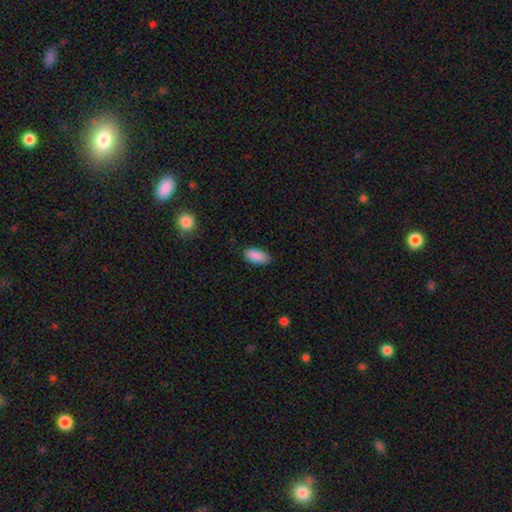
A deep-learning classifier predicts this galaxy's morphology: smooth-or-featured: smooth: 90% | star or artifact: 7% | featured or disk: 4%
  how-rounded: in between: 91% | cigar-shaped: 7% | round: 2%
  merging: none: 85% | minor disturbance: 12% | major disturbance: 2% | merger: 1%